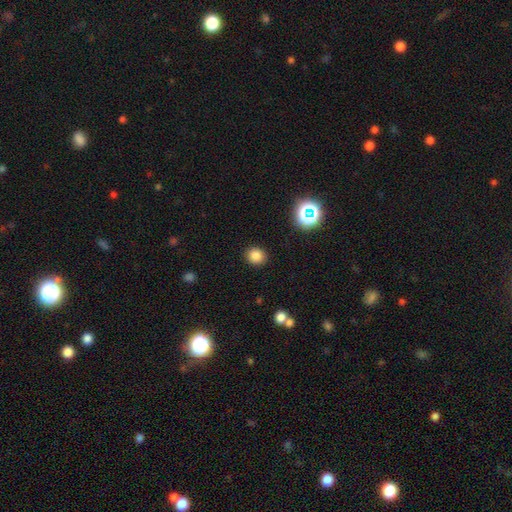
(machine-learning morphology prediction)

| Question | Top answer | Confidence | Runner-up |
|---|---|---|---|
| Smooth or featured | smooth | 82% | star or artifact (14%) |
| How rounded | round | 78% | in between (21%) |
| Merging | none | 90% | minor disturbance (6%) |